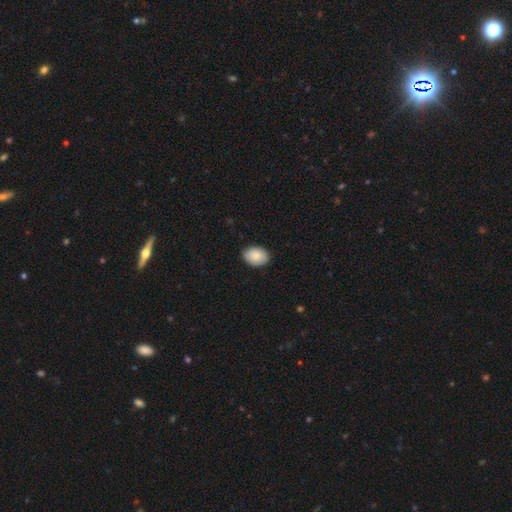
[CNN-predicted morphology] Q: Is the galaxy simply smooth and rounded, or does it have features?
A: smooth — 86%.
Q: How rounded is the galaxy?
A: in between — 78%.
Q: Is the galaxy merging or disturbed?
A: none — 88%.